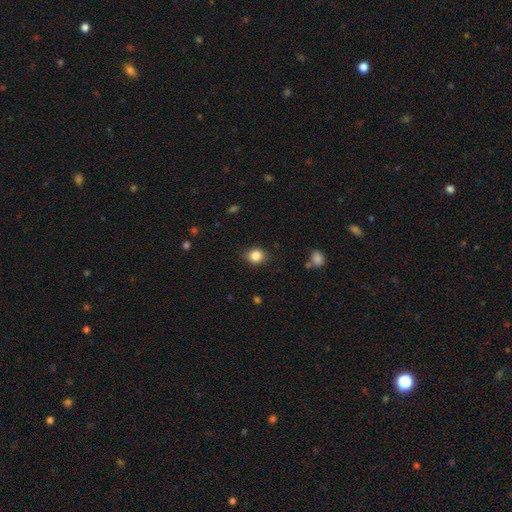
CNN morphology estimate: This appears to be a smooth galaxy with no disk features (85%) that is round (74%). Merging: none (85%).